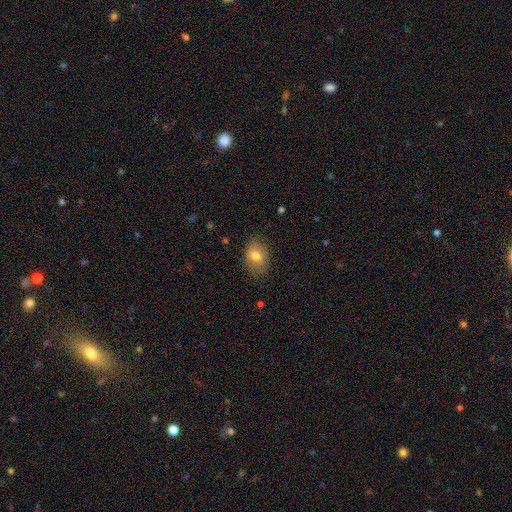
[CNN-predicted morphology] This appears to be a smooth galaxy with no disk features (75%) that is in between round and cigar-shaped (70%). Merging: none (77%).